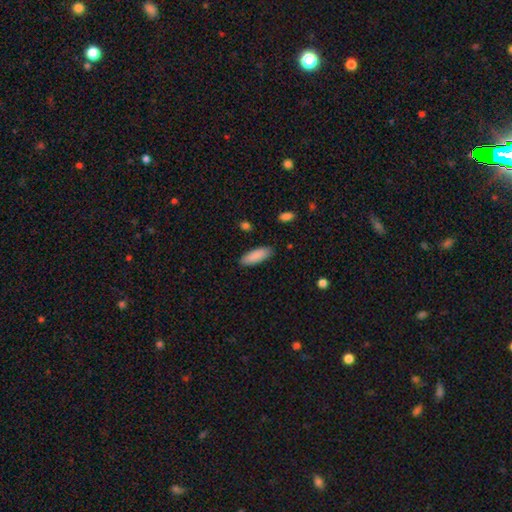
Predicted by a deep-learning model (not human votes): A smooth galaxy with no disk features (89%) that is in between round and cigar-shaped (64%).

Vote fractions:
- Smooth or featured? smooth: 89% / star or artifact: 6% / featured or disk: 5%
- How rounded? in between: 64% / cigar-shaped: 35% / round: 2%
- Merging? none: 88% / minor disturbance: 9% / major disturbance: 2% / merger: 1%